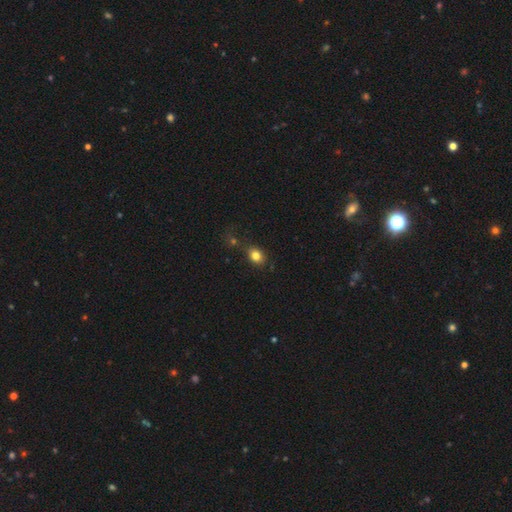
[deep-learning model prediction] Smooth or featured? Predicted: smooth (p=0.81). How rounded? Predicted: in between (p=0.51). Merging? Predicted: none (p=0.68).